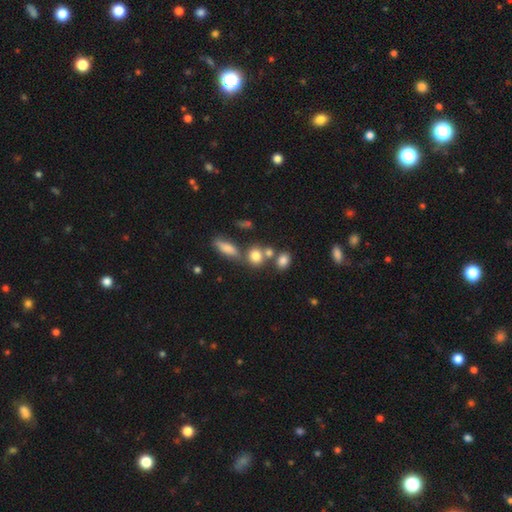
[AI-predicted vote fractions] Smooth or featured: smooth — 77% (star or artifact — 13%)
How rounded: round — 67% (in between — 31%)
Merging: none — 50% (merger — 33%)